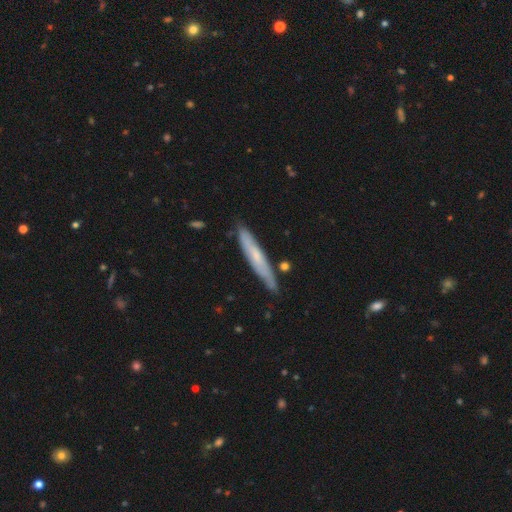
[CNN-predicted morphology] Smooth or featured? Predicted: smooth (p=0.48). Merging? Predicted: none (p=0.80).